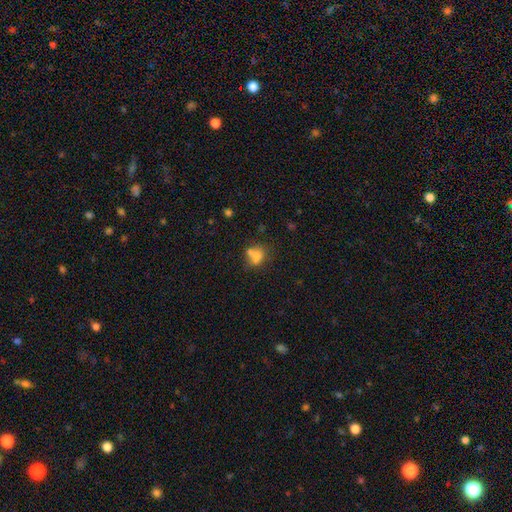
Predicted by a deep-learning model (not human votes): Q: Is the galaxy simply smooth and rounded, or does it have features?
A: smooth — 68%.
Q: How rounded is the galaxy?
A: round — 59%.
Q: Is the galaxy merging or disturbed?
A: merger — 41%.